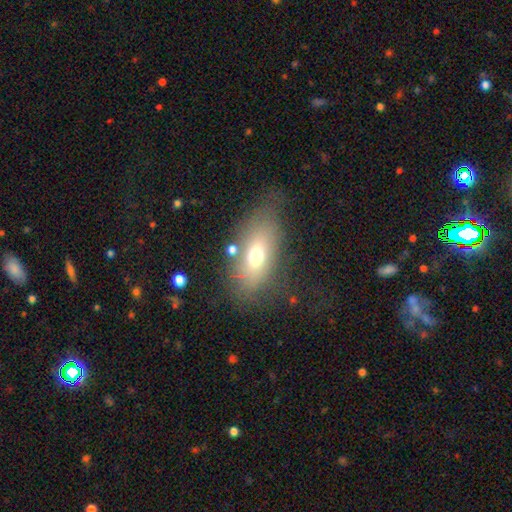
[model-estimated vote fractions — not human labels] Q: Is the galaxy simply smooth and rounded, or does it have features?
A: smooth — 63%.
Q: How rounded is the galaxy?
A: in between — 80%.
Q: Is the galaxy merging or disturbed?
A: none — 67%.